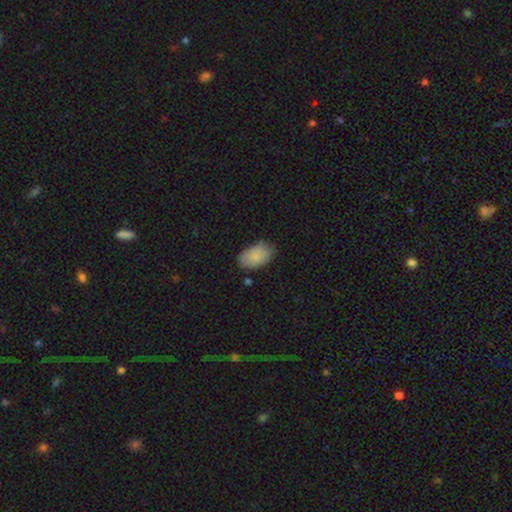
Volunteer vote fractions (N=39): smooth-or-featured: smooth: 92% | featured or disk: 5% | star or artifact: 3%
  how-rounded: in between: 97% | round: 3% | cigar-shaped: 0%
  merging: none: 87% | minor disturbance: 11% | major disturbance: 3% | merger: 0%